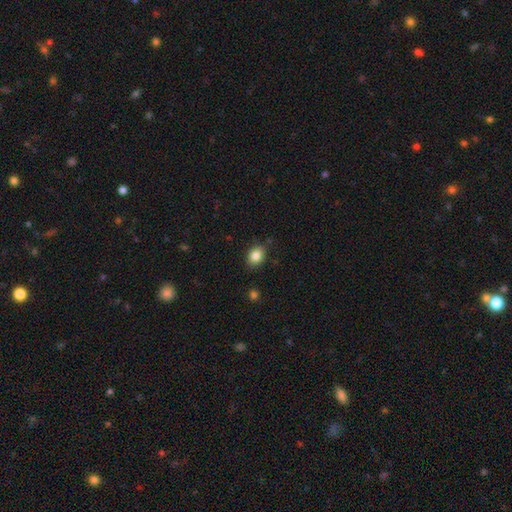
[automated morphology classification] This appears to be a smooth galaxy with no disk features (85%) that is in between round and cigar-shaped (60%). Merging: none (83%).